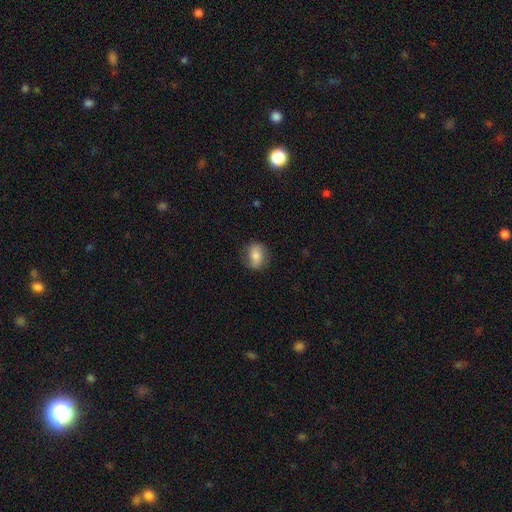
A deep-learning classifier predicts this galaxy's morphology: Smooth or featured?
  - smooth: 72% *
  - featured or disk: 20%
  - star or artifact: 8%
How rounded?
  - in between: 52% *
  - round: 46%
  - cigar-shaped: 2%
Merging?
  - none: 78% *
  - minor disturbance: 17%
  - major disturbance: 5%
  - merger: 1%